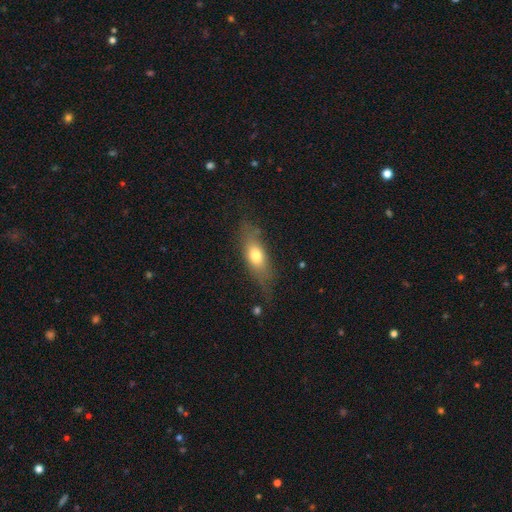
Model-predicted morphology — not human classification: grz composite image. It shows a smooth galaxy with no disk features (69%) that is in between round and cigar-shaped (70%). Merging: none (66%).